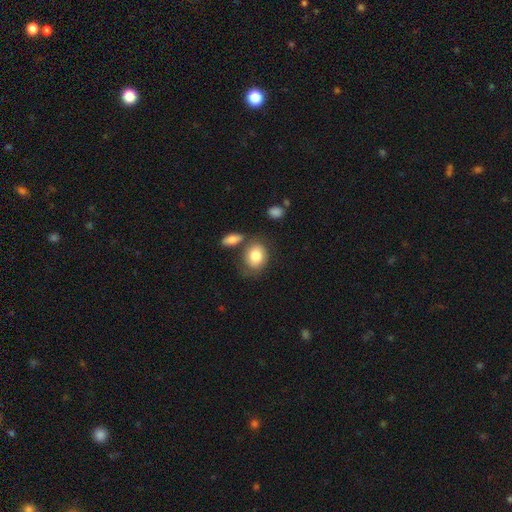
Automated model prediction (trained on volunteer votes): Smooth or featured? smooth (81%)
How rounded? in between (61%)
Merging? none (57%)